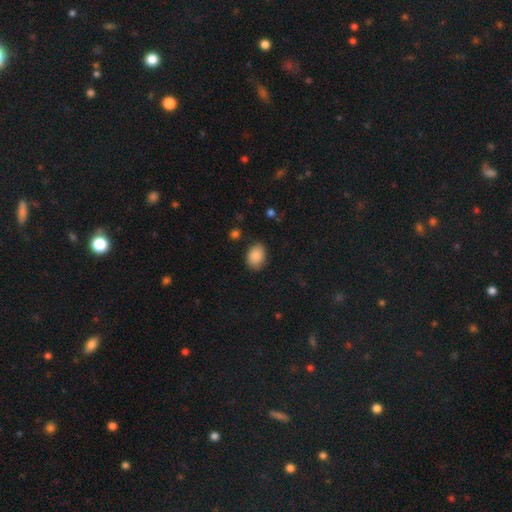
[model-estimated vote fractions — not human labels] Overall: smooth (86%). How rounded: in between (72%). Merging: none (80%).